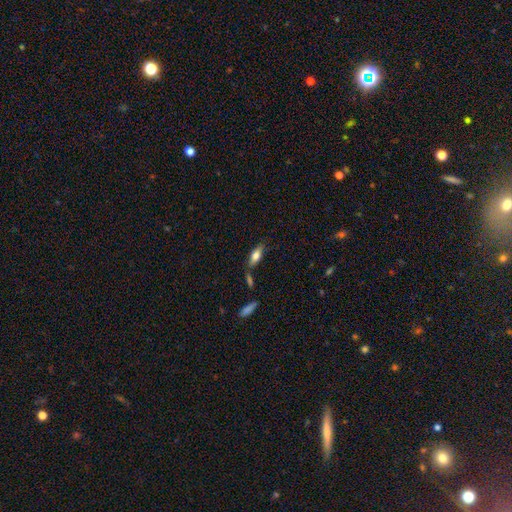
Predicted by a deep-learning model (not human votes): This is likely a smooth galaxy (72%). How rounded: likely in between (73%). Merging: likely none (73%).